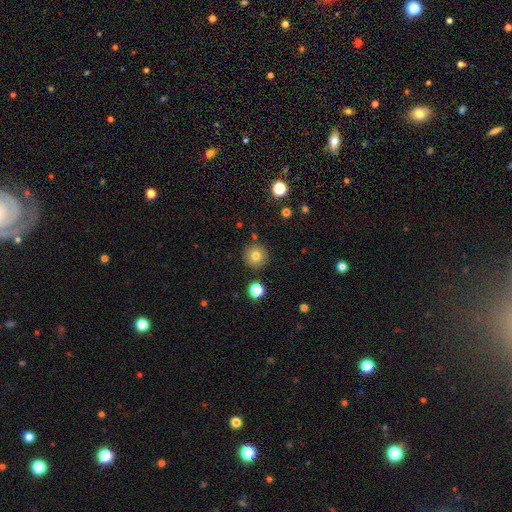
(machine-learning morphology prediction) type=smooth (79%); roundness=round (95%); merging=none (88%).